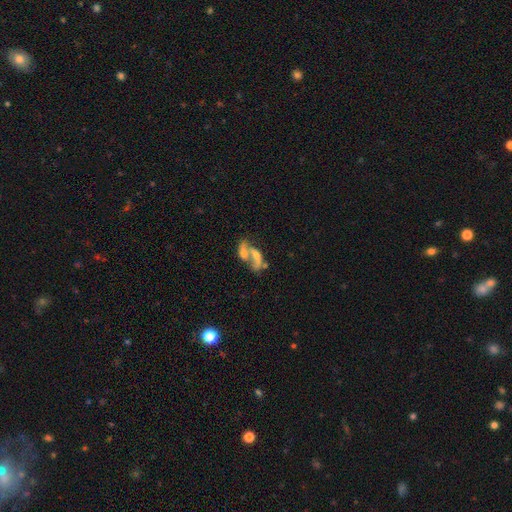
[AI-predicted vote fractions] Q: Smooth or featured?
A: featured or disk (60%); runner-up: smooth (28%)
Q: Edge-on disk?
A: no (91%); runner-up: yes (9%)
Q: Bar?
A: no (63%); runner-up: weak (26%)
Q: Spiral arms?
A: yes (56%); runner-up: no (44%)
Q: Bulge size?
A: moderate (36%); runner-up: small (30%)
Q: Merging?
A: merger (61%); runner-up: none (19%)